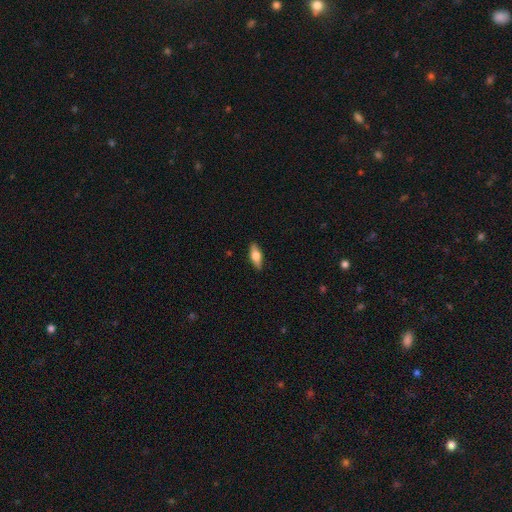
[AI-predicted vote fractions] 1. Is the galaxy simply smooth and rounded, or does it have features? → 59% smooth, 35% featured or disk, 6% star or artifact.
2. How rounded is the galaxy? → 72% in between, 25% cigar-shaped, 3% round.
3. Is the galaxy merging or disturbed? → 89% none, 9% minor disturbance, 2% major disturbance, 1% merger.